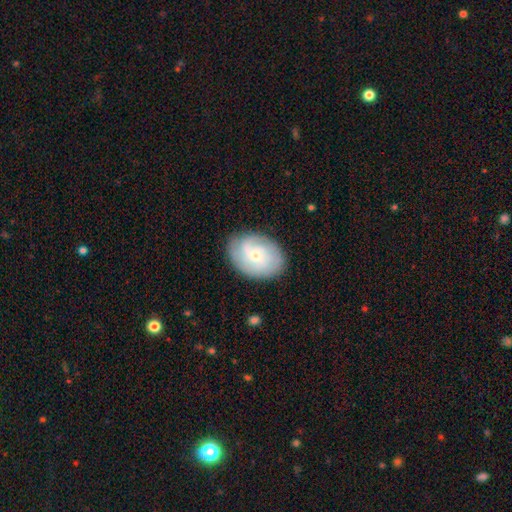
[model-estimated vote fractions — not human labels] Smooth or featured? Predicted: featured or disk (p=0.63). Edge-on disk? Predicted: no (p=0.97). Bar? Predicted: no (p=0.72). Spiral arms? Predicted: yes (p=0.88). Spiral winding? Predicted: tight (p=0.52). Spiral arm count? Predicted: can't tell (p=0.35). Bulge size? Predicted: small (p=0.68). Merging? Predicted: none (p=0.80).